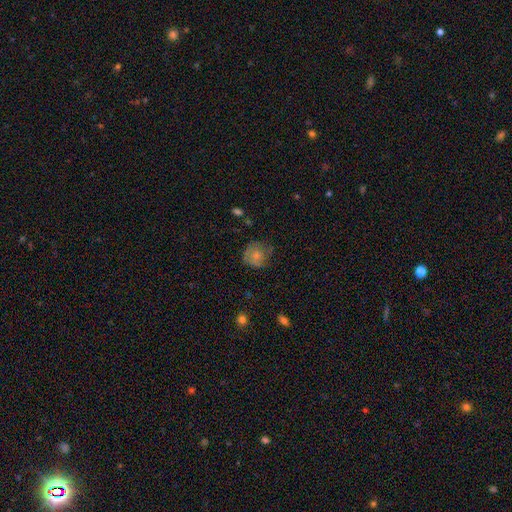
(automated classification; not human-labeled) smooth-or-featured: smooth: 67% | featured or disk: 24% | star or artifact: 9%
  how-rounded: round: 84% | in between: 15% | cigar-shaped: 1%
  merging: none: 62% | minor disturbance: 26% | major disturbance: 10% | merger: 2%